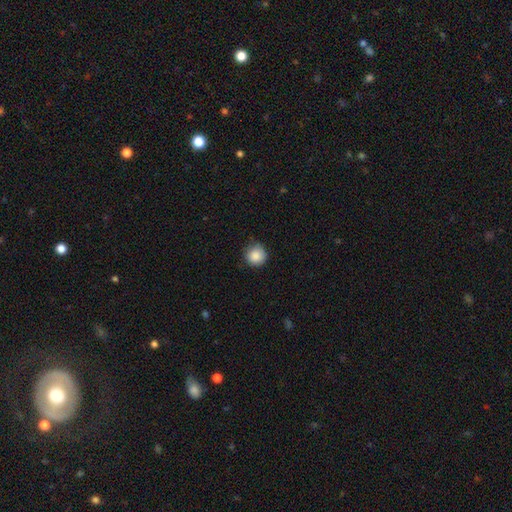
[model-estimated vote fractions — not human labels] This appears to be a smooth galaxy with no disk features (87%) that is round (94%). Merging: none (81%).